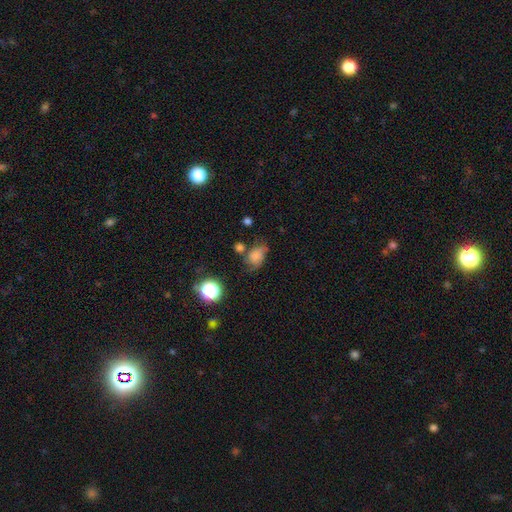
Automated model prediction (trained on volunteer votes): Smooth or featured?
  - smooth: 73% *
  - star or artifact: 14%
  - featured or disk: 13%
How rounded?
  - in between: 65% *
  - round: 33%
  - cigar-shaped: 2%
Merging?
  - none: 40% *
  - minor disturbance: 31%
  - major disturbance: 17%
  - merger: 12%